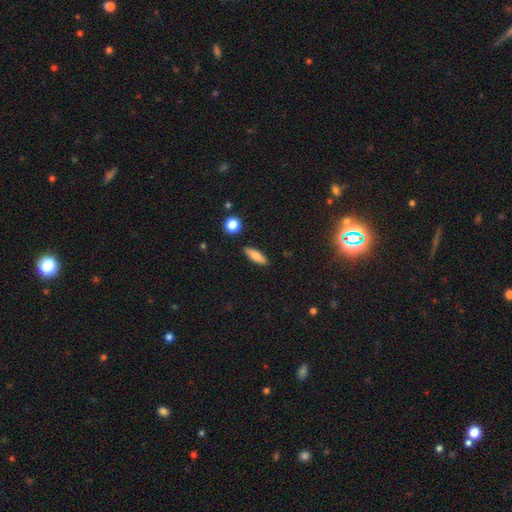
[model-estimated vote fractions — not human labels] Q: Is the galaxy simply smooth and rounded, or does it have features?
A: smooth — 79%.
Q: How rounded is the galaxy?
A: cigar-shaped — 49%.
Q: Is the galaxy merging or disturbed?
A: none — 88%.